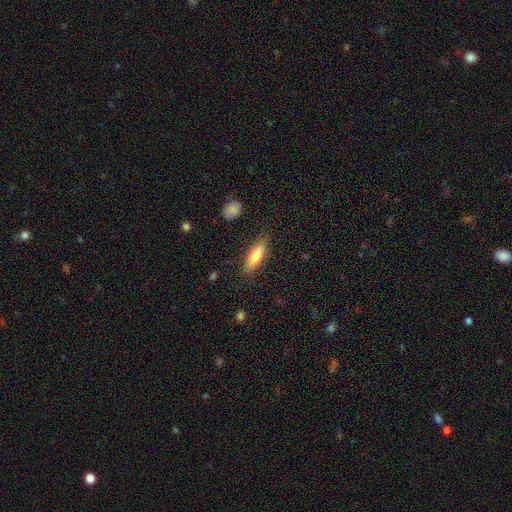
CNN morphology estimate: Overall: smooth (78%). How rounded: cigar-shaped (62%; in between 36%). Merging: none (83%).